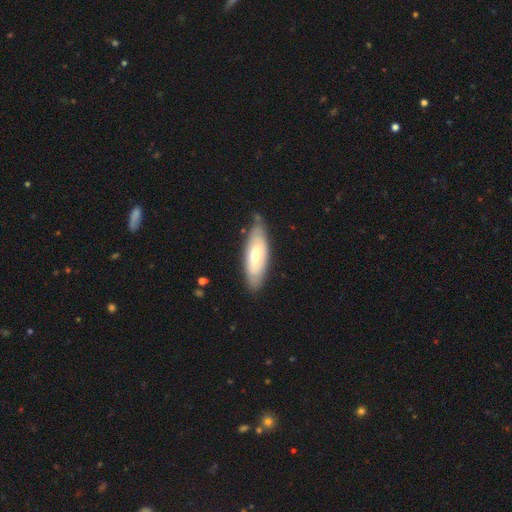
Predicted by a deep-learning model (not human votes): Smooth or featured? smooth (49%)
Merging? none (75%)